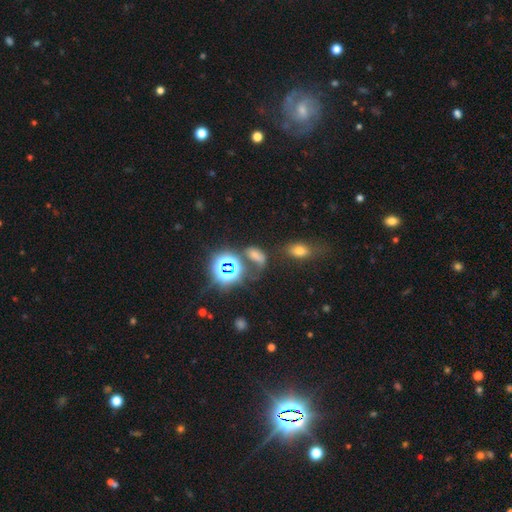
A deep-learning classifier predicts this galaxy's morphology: Smooth or featured: smooth — 49% (star or artifact — 39%)
Merging: none — 45% (minor disturbance — 19%)